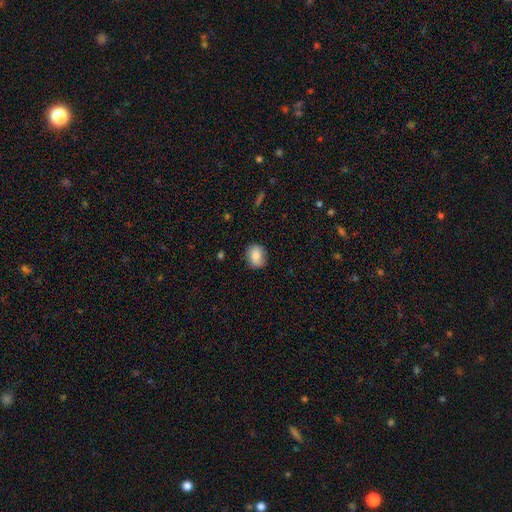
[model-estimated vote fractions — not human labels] A smooth galaxy with no disk features (81%) that is round (58%). Merging: none (82%).